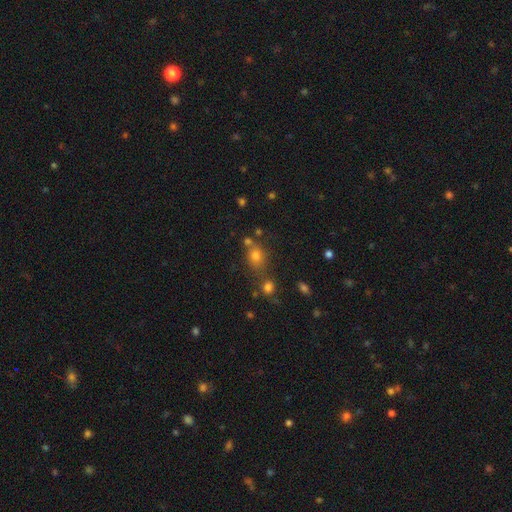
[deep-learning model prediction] A smooth galaxy with no disk features (71%) that is round (61%).

Vote fractions:
- Smooth or featured? smooth: 71% / star or artifact: 19% / featured or disk: 10%
- How rounded? round: 61% / in between: 37% / cigar-shaped: 1%
- Merging? none: 64% / merger: 17% / minor disturbance: 13% / major disturbance: 6%